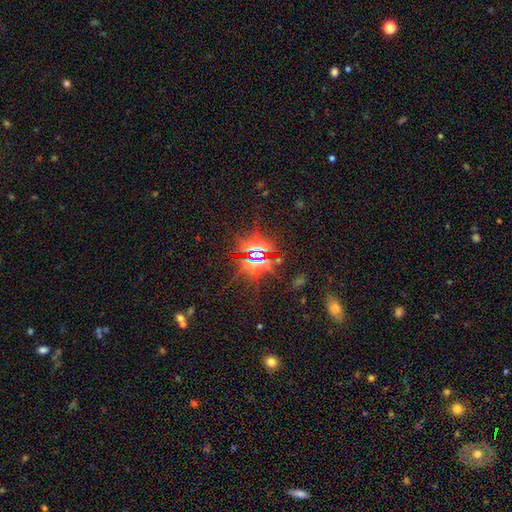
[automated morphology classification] This is clearly a star or artifact rather than a galaxy (82%).